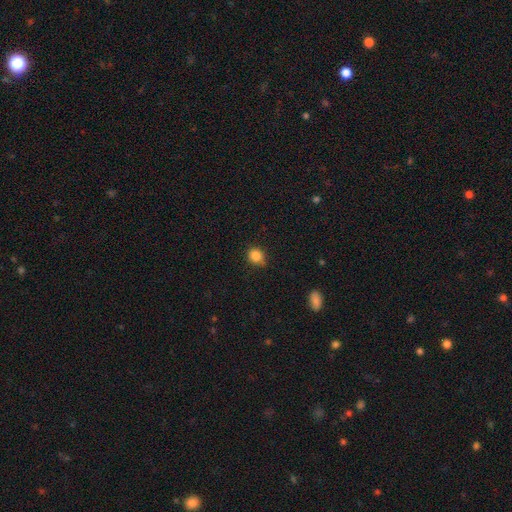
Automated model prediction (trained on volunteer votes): Smooth or featured? smooth (85%)
How rounded? round (77%)
Merging? none (77%)